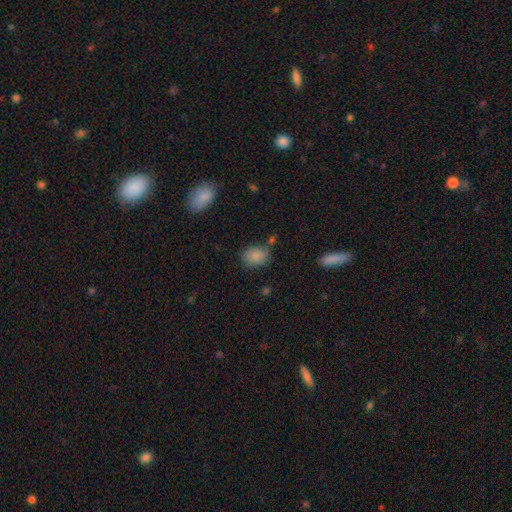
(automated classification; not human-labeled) Smooth or featured?
  - smooth: 85% *
  - star or artifact: 9%
  - featured or disk: 6%
How rounded?
  - in between: 65% *
  - round: 34%
  - cigar-shaped: 1%
Merging?
  - none: 69% *
  - minor disturbance: 19%
  - merger: 7%
  - major disturbance: 5%